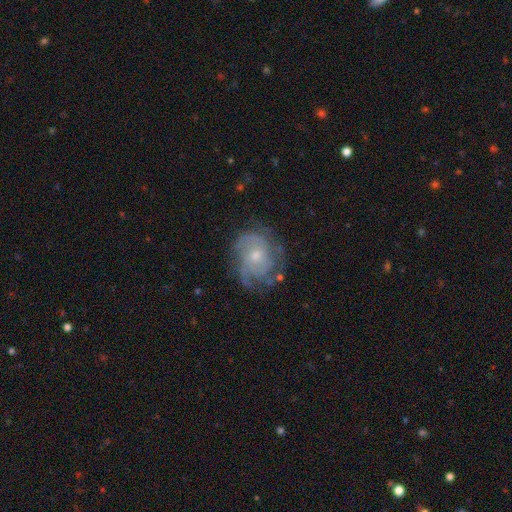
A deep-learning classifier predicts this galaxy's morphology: smooth-or-featured: featured or disk: 77% | smooth: 15% | star or artifact: 8%
  disk-edge-on: no: 97% | yes: 3%
    bar: no: 77% | weak: 20% | strong: 3%
    has-spiral-arms: yes: 90% | no: 10%
      spiral-winding: tight: 55% | medium: 34% | loose: 11%
      spiral-arm-count: can't tell: 35% | 3: 24% | 2: 17% | 4: 13% | 1: 6% | more than 4: 5%
    bulge-size: small: 53% | moderate: 42% | none: 2% | large: 2% | dominant: 1%
  merging: none: 68% | minor disturbance: 20% | major disturbance: 10% | merger: 2%